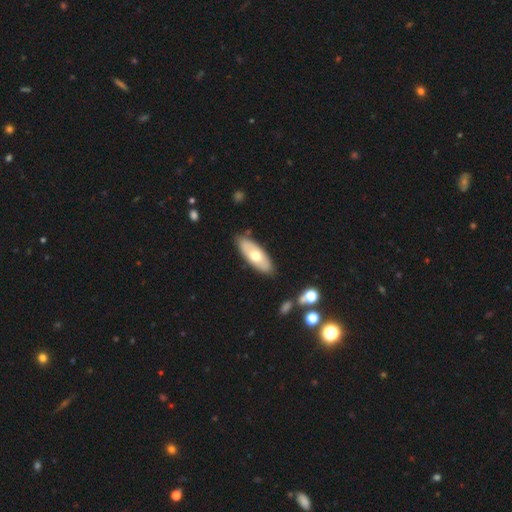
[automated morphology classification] This appears to be a smooth galaxy with no disk features (56%) that is in between round and cigar-shaped (76%). Merging: none (84%).